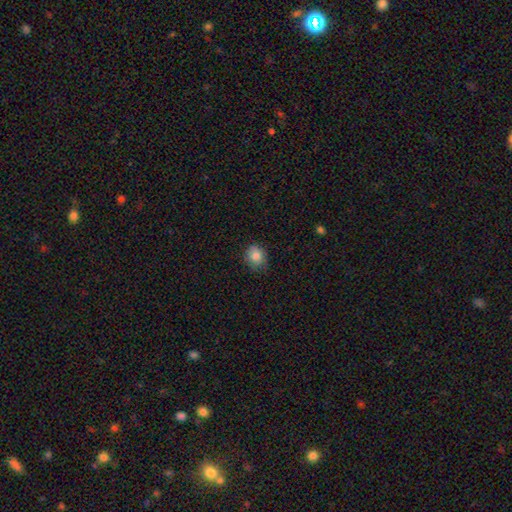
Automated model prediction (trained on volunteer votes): Smooth or featured? smooth (83%)
How rounded? round (69%)
Merging? none (78%)